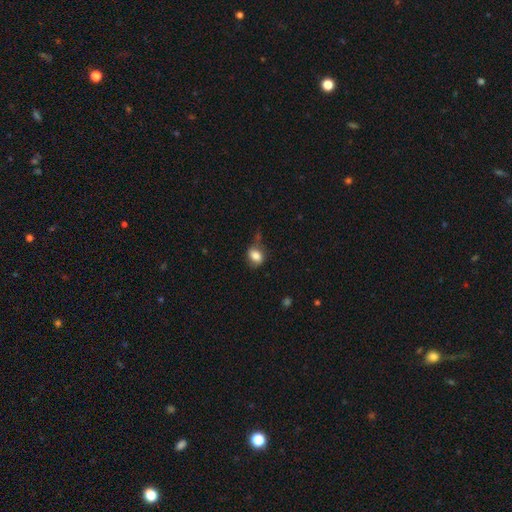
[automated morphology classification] The model was most divided on "merging": none: 52%, minor disturbance: 30%, major disturbance: 13%, merger: 6%. More confident: smooth or featured — smooth (79%); how rounded — in between (63%).